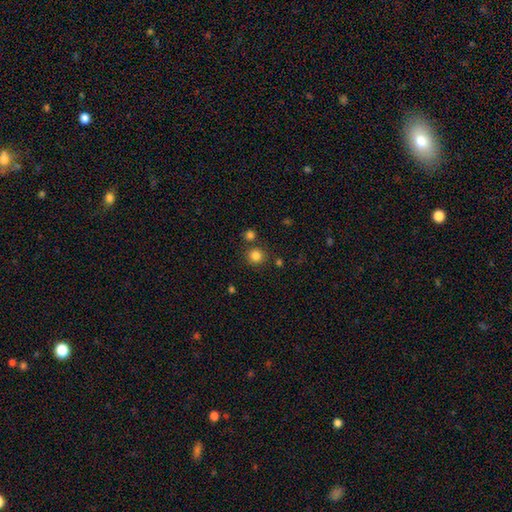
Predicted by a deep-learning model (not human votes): A smooth galaxy with no disk features (83%) that is round (92%). Merging: none (81%).